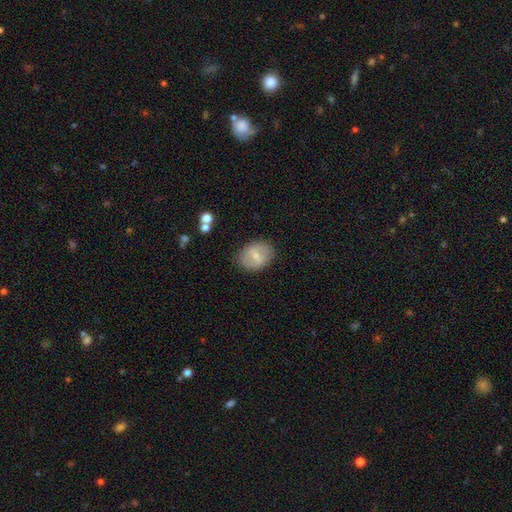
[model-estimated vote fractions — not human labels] This appears to be a smooth galaxy with no disk features (54%) that is in between round and cigar-shaped (61%). Merging: none (82%).